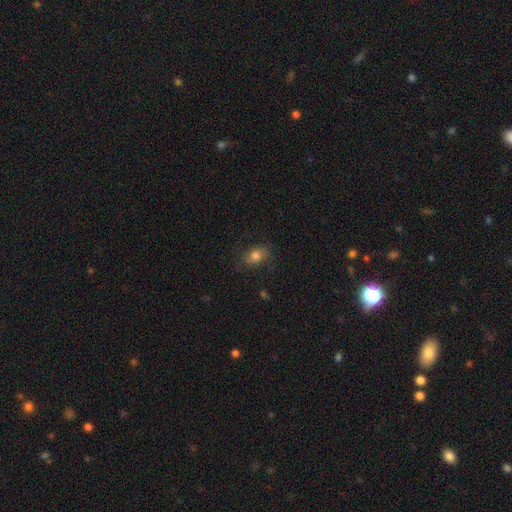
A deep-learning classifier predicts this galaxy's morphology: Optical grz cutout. It shows a smooth galaxy with no disk features (74%) that is in between round and cigar-shaped (75%). Merging: none (72%).